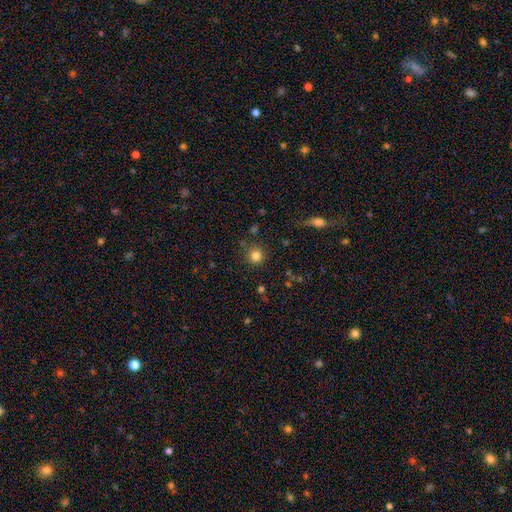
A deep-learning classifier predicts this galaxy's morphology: A smooth galaxy with no disk features (82%) that is round (93%).

Vote fractions:
- Smooth or featured? smooth: 82% / star or artifact: 13% / featured or disk: 5%
- How rounded? round: 93% / in between: 6% / cigar-shaped: 1%
- Merging? none: 84% / minor disturbance: 9% / major disturbance: 4% / merger: 4%